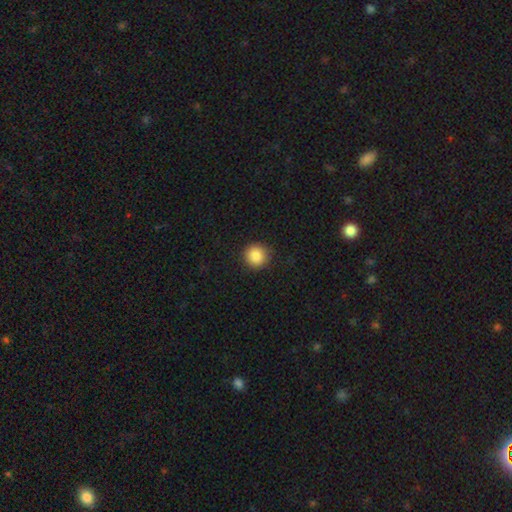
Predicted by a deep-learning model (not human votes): Smooth or featured?
  - smooth: 88% *
  - star or artifact: 9%
  - featured or disk: 4%
How rounded?
  - round: 93% *
  - in between: 6%
  - cigar-shaped: 1%
Merging?
  - none: 89% *
  - minor disturbance: 8%
  - major disturbance: 2%
  - merger: 1%